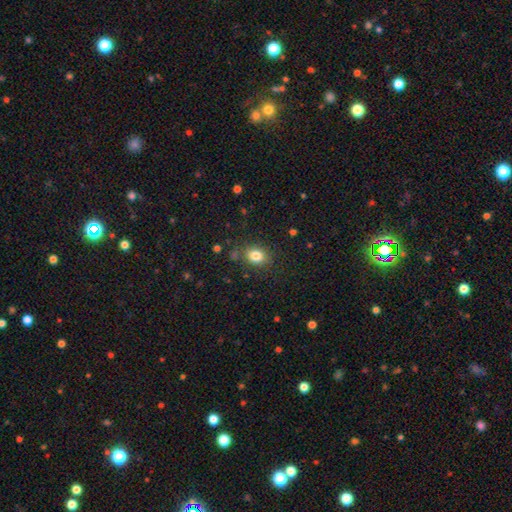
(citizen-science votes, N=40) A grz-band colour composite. It shows a smooth galaxy with no disk features (85%) that is round (59%). Merging: none (70%).